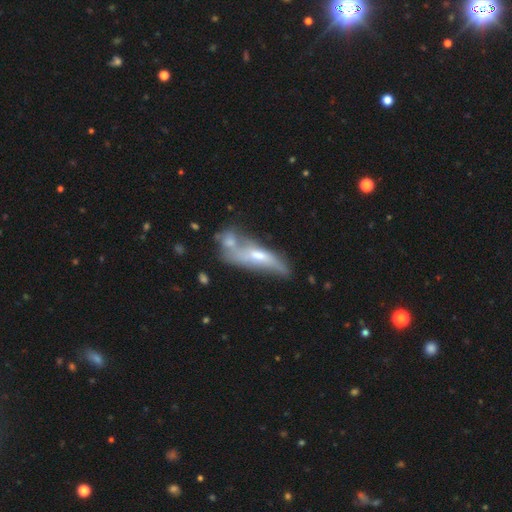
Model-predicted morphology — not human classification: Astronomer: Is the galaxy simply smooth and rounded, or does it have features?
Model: featured or disk — 56% (runner-up: smooth, 36%).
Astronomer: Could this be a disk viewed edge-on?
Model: no — 53% (runner-up: yes, 47%).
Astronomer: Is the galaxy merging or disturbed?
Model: merger — 44% (runner-up: none, 28%).